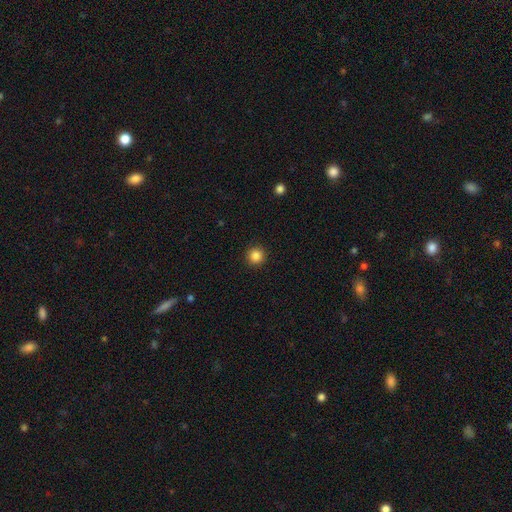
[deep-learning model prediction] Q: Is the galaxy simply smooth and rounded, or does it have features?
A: smooth — 85%.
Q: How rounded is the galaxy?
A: round — 95%.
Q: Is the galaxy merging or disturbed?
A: none — 93%.